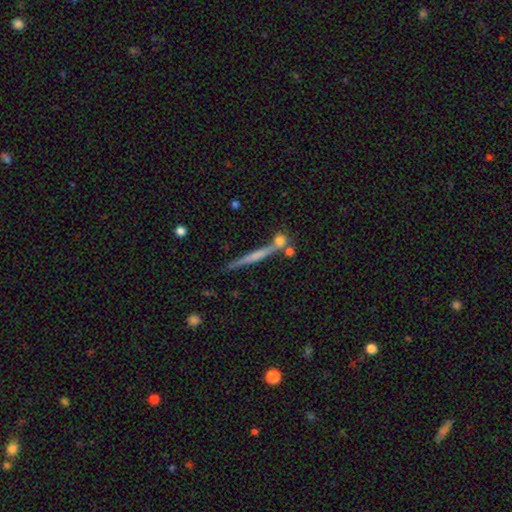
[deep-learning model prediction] Overall: featured or disk (50%; smooth 42%). Merging: none (70%).